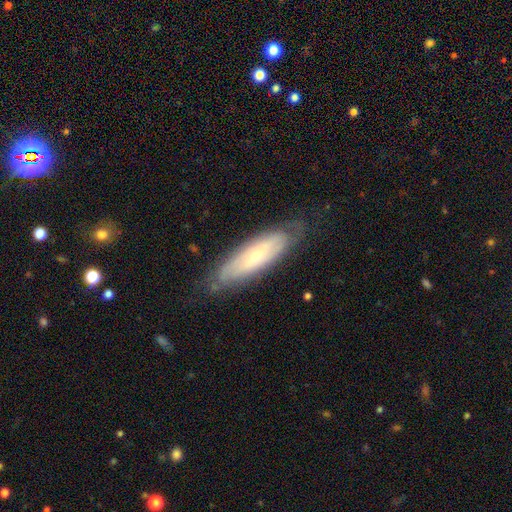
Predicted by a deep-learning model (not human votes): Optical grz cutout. It shows a featured or disk galaxy (57%). Merging: none (72%).